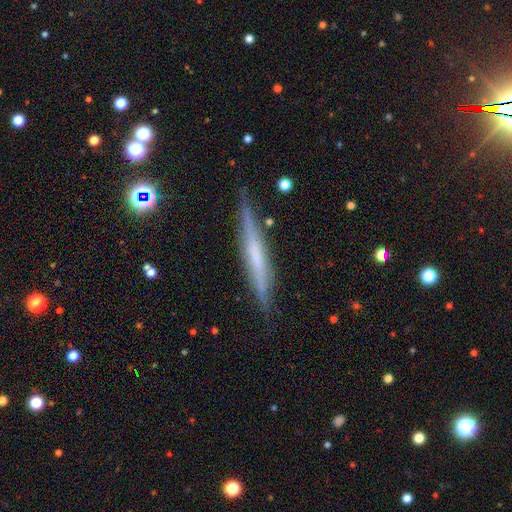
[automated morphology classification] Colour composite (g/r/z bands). It shows a featured or disk galaxy (56%) viewed edge-on (96%) with no central bulge (70%). Merging: none (85%).